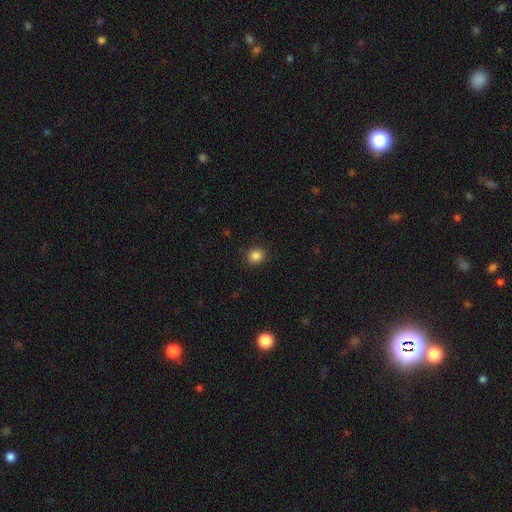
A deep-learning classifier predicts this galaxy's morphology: A smooth galaxy with no disk features (86%) that is round (86%). Merging: none (89%).